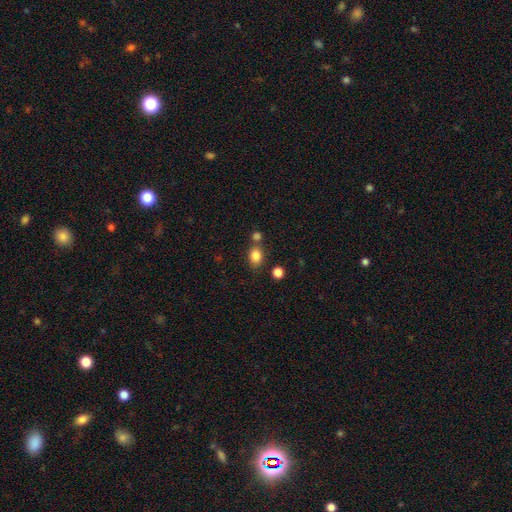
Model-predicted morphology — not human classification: Smooth or featured?
  - smooth: 83% *
  - star or artifact: 11%
  - featured or disk: 6%
How rounded?
  - in between: 55% *
  - round: 44%
  - cigar-shaped: 1%
Merging?
  - none: 66% *
  - merger: 18%
  - minor disturbance: 12%
  - major disturbance: 4%